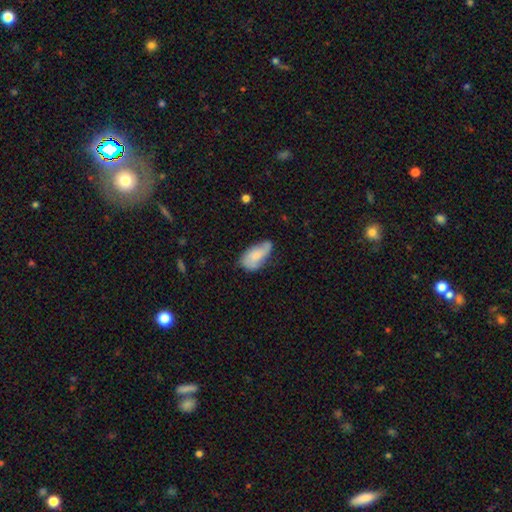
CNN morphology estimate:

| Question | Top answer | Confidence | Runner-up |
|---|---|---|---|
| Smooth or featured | smooth | 64% | featured or disk (29%) |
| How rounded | in between | 92% | cigar-shaped (5%) |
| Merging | none | 46% | minor disturbance (38%) |